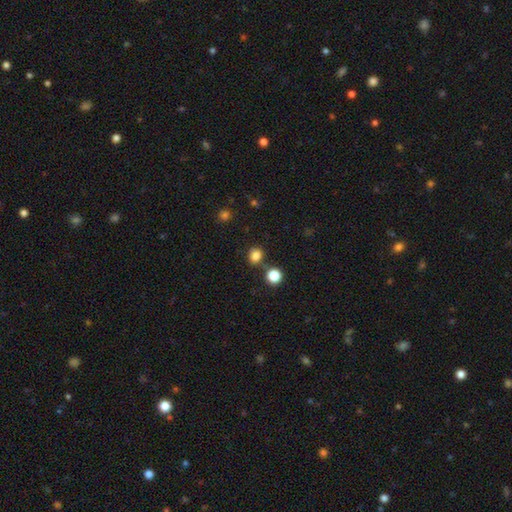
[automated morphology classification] A smooth galaxy with no disk features (81%) that is round (69%). Merging: none (74%).